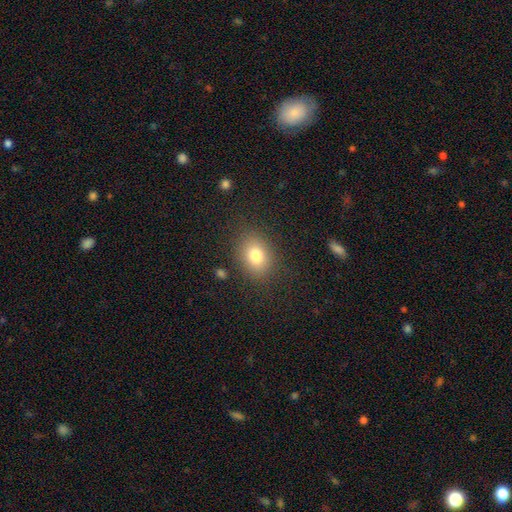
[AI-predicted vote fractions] Morphology: type=smooth (79%); roundness=in between (60%); merging=none (84%).